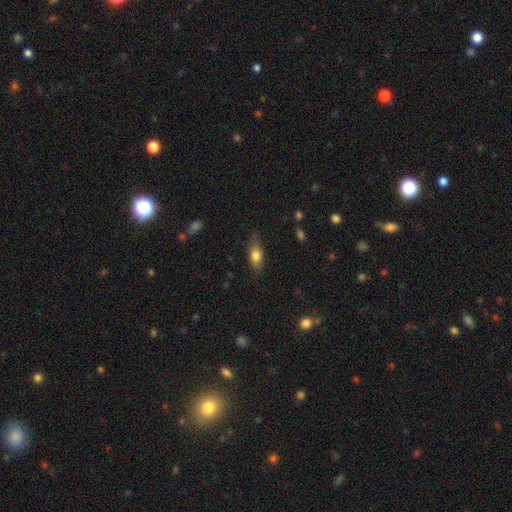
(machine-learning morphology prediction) smooth_or_featured: smooth (p=0.75) [alt: featured or disk p=0.17]
how_rounded: in between (p=0.76) [alt: cigar-shaped p=0.18]
merging: none (p=0.74) [alt: minor disturbance p=0.20]